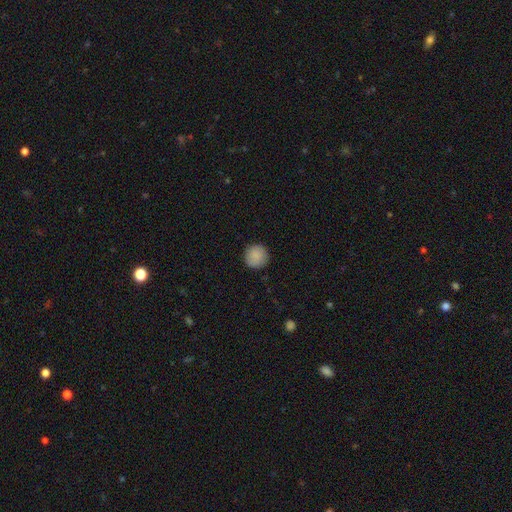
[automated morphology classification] Smooth or featured: smooth — 88% (star or artifact — 7%)
How rounded: round — 95% (in between — 4%)
Merging: none — 90% (minor disturbance — 7%)